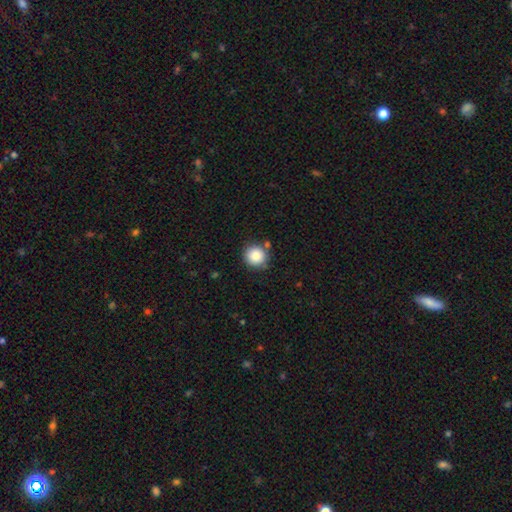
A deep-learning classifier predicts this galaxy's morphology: smooth-or-featured: smooth: 86% | star or artifact: 9% | featured or disk: 5%
  how-rounded: round: 92% | in between: 7% | cigar-shaped: 1%
  merging: none: 83% | minor disturbance: 9% | merger: 5% | major disturbance: 3%